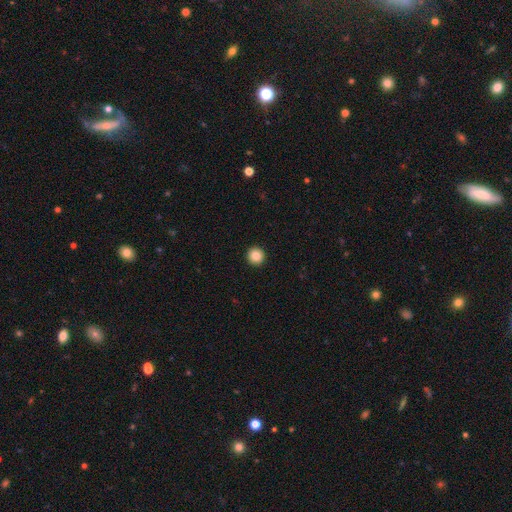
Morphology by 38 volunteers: smooth-or-featured: smooth: 97% | featured or disk: 3% | star or artifact: 0%
  how-rounded: round: 100% | in between: 0% | cigar-shaped: 0%
  merging: none: 87% | minor disturbance: 11% | merger: 3% | major disturbance: 0%